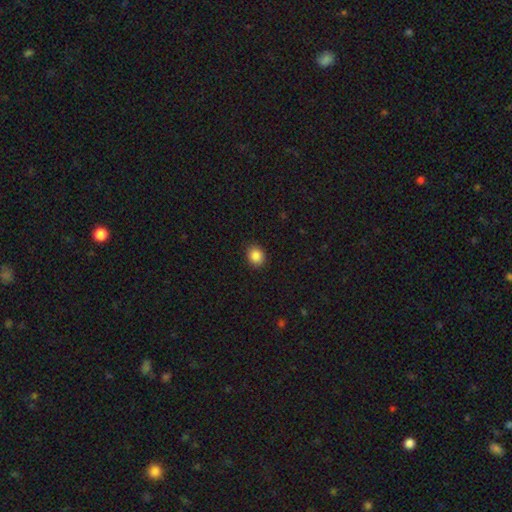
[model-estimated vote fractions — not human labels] A smooth galaxy with no disk features (87%) that is round (59%). Merging: none (90%).